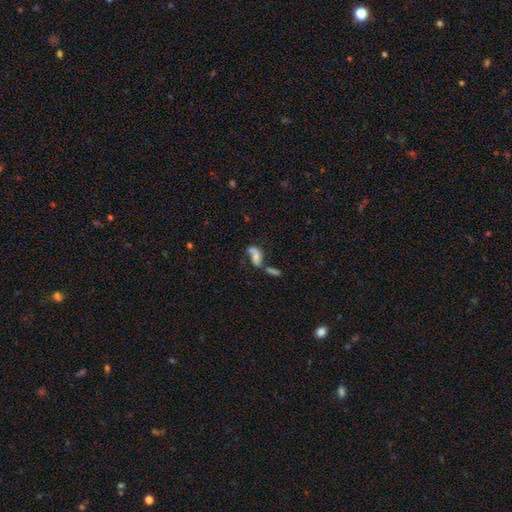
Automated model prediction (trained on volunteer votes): featured or disk 47%, smooth 41%, star or artifact 12%. Down the decision tree: merging — merger (34%, tied with none).